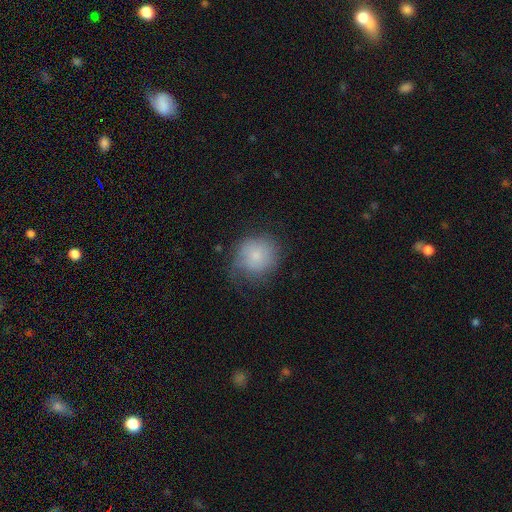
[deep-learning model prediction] The model was most divided on "merging": none: 52%, minor disturbance: 31%, major disturbance: 16%, merger: 2%. More confident: how rounded — round (81%); smooth or featured — smooth (72%).